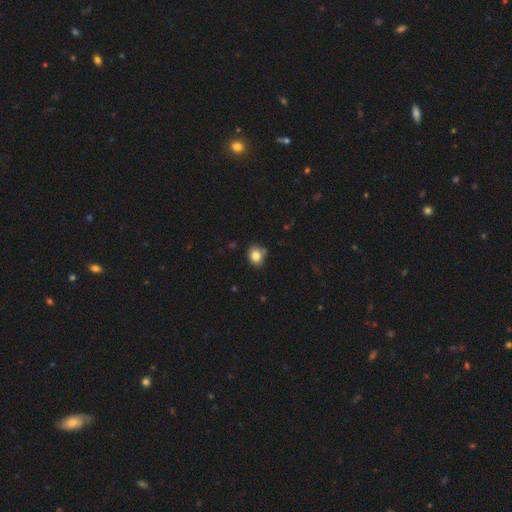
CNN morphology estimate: type=smooth (82%); roundness=round (66%); merging=none (77%).